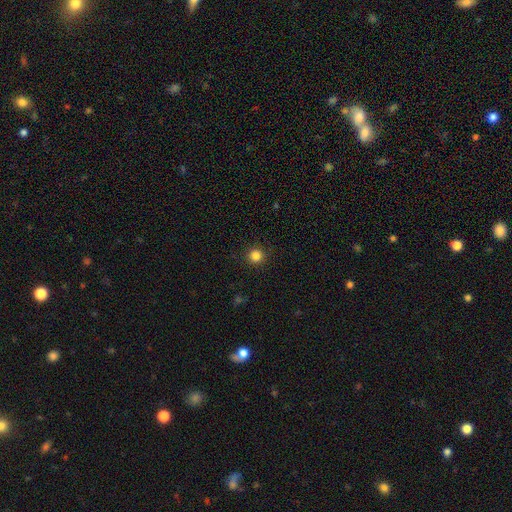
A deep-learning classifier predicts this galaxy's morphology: Q: Smooth or featured?
A: smooth (84%); runner-up: star or artifact (12%)
Q: How rounded?
A: round (96%); runner-up: in between (4%)
Q: Merging?
A: none (92%); runner-up: minor disturbance (5%)